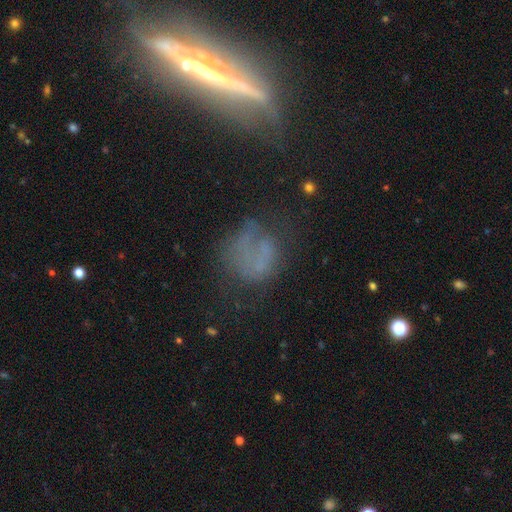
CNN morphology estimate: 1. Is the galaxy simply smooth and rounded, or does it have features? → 43% smooth, 33% featured or disk, 24% star or artifact.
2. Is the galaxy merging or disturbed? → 43% none, 27% major disturbance, 22% minor disturbance, 7% merger.